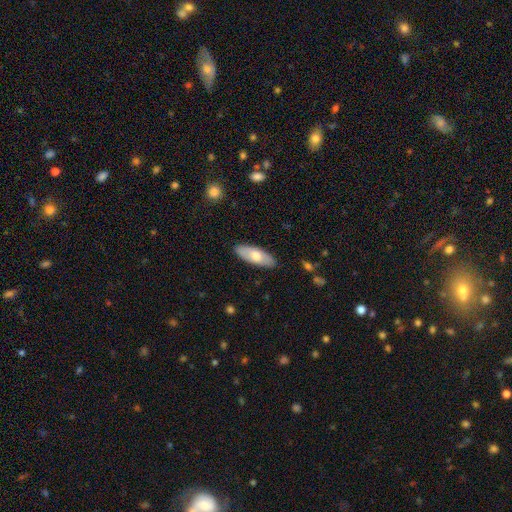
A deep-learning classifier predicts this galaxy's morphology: The model was most divided on "smooth or featured": smooth: 64%, featured or disk: 30%, star or artifact: 5%. More confident: merging — none (88%); how rounded — in between (75%).